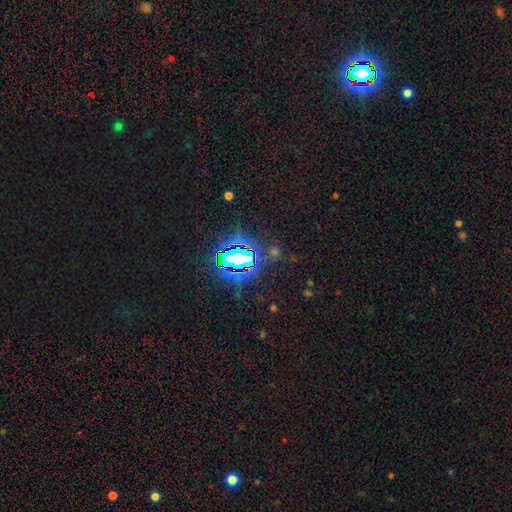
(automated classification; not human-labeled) smooth_or_featured: star or artifact (p=0.81) [alt: smooth p=0.12]